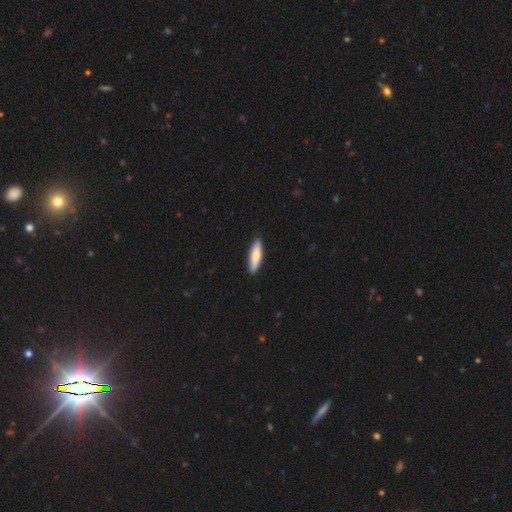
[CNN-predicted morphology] A smooth galaxy with no disk features (77%) that is cigar-shaped (70%).

Vote fractions:
- Smooth or featured? smooth: 77% / featured or disk: 18% / star or artifact: 5%
- How rounded? cigar-shaped: 70% / in between: 28% / round: 2%
- Merging? none: 90% / minor disturbance: 7% / major disturbance: 1% / merger: 1%